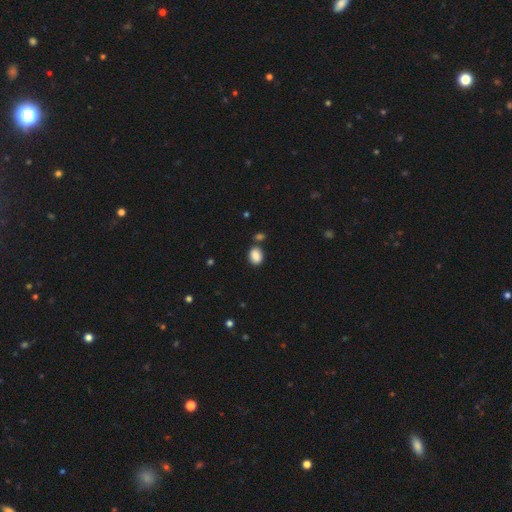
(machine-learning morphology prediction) A smooth galaxy with no disk features (88%) that is in between round and cigar-shaped (69%). Merging: none (74%).